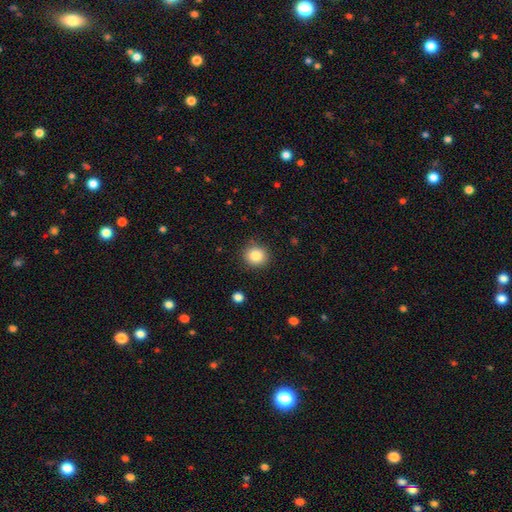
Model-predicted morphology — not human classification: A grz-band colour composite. It shows a smooth galaxy with no disk features (84%) that is round (86%). Merging: none (88%).